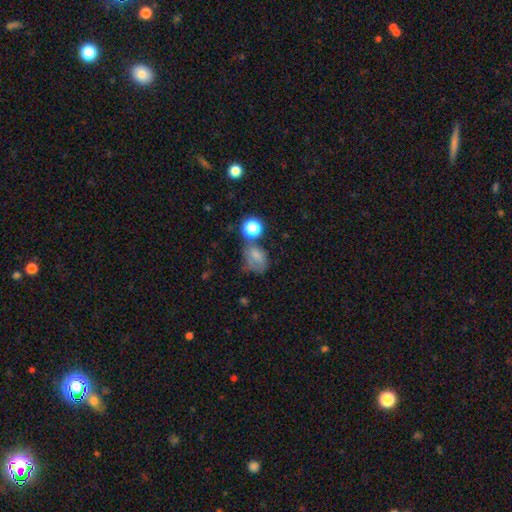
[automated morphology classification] type=smooth (66%); roundness=in between (62%); merging=none (37%).